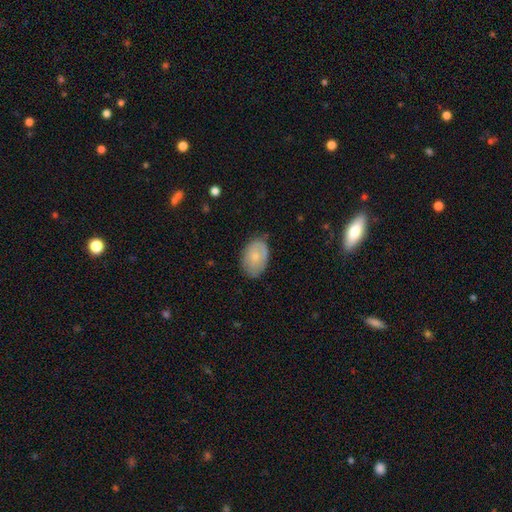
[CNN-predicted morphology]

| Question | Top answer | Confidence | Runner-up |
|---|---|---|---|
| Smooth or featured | smooth | 67% | featured or disk (26%) |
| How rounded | in between | 86% | round (13%) |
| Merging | none | 74% | minor disturbance (21%) |